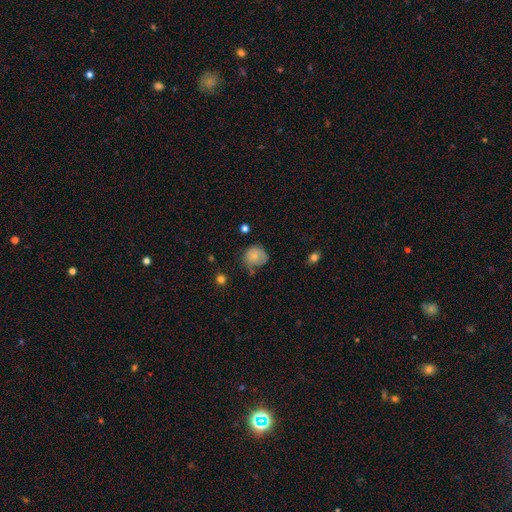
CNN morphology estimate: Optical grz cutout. It shows a smooth galaxy with no disk features (74%) that is round (81%). Merging: none (51%).